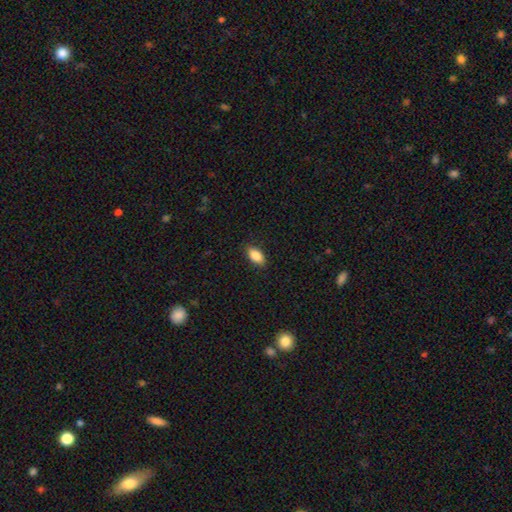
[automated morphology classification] Smooth or featured? Predicted: smooth (p=0.87). How rounded? Predicted: in between (p=0.91). Merging? Predicted: none (p=0.88).